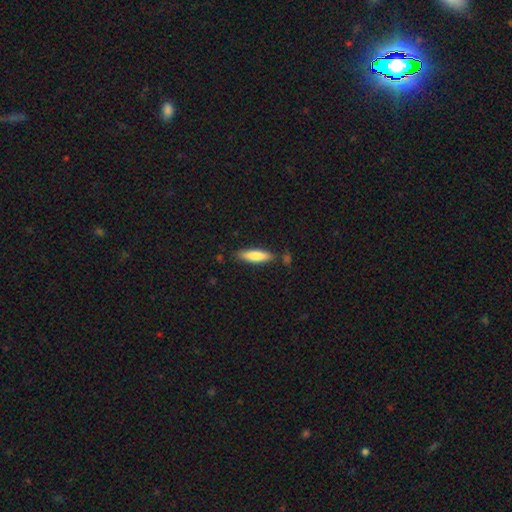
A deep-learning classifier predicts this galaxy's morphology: The model was most divided on "how rounded": cigar-shaped: 65%, in between: 33%, round: 1%. More confident: merging — none (80%); smooth or featured — smooth (79%).